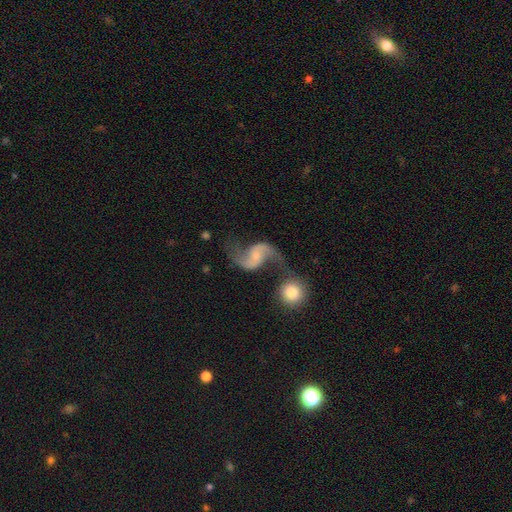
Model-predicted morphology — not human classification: Smooth or featured? featured or disk (88%)
Edge-on disk? no (98%)
Bar? no (53%)
Spiral arms? yes (97%)
Spiral winding? loose (80%)
Spiral arm count? 2 (94%)
Bulge size? small (57%)
Merging? none (52%)